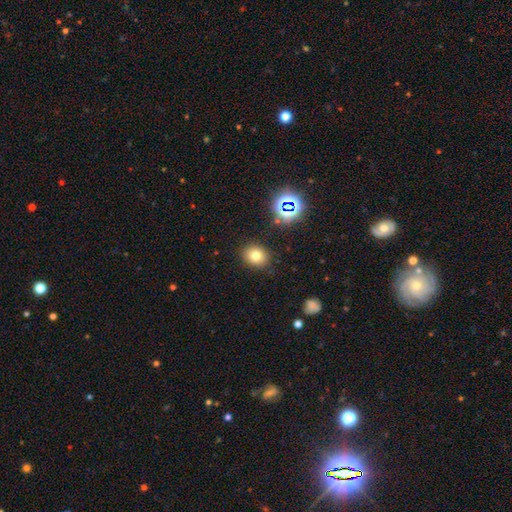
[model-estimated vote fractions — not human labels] Overall: smooth (73%). How rounded: round (63%; in between 36%). Merging: none (87%).